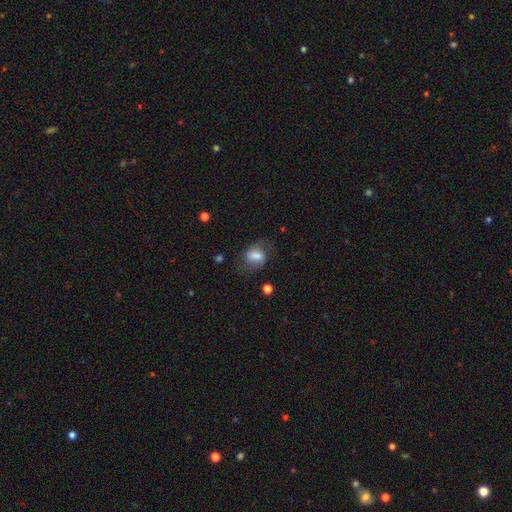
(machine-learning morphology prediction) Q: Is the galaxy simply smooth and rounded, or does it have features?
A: smooth — 66%.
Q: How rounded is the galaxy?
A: in between — 72%.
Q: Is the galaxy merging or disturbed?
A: none — 59%.